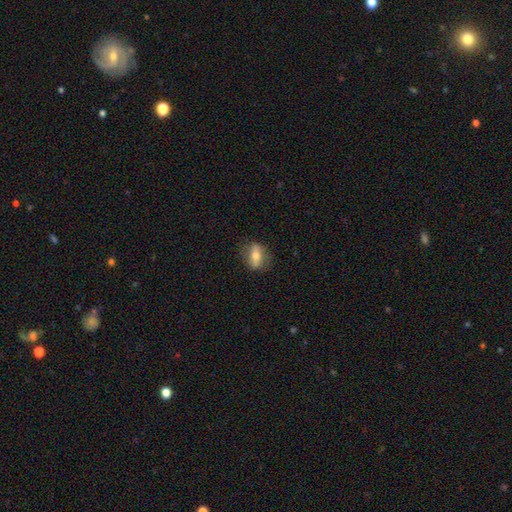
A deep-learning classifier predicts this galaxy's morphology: A smooth galaxy with no disk features (55%) that is in between round and cigar-shaped (69%). Merging: none (79%).